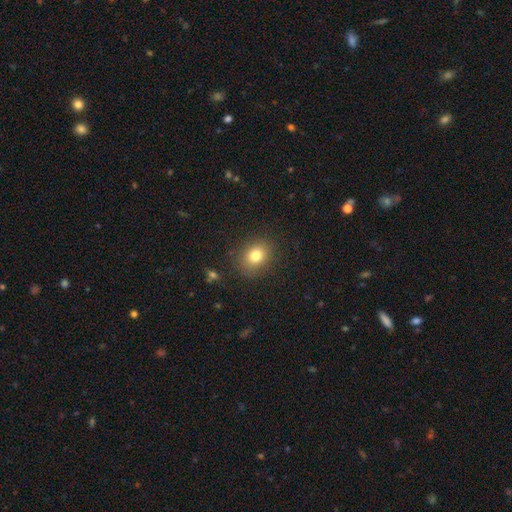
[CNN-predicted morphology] This appears to be a smooth galaxy with no disk features (79%) that is round (56%). Merging: none (85%).